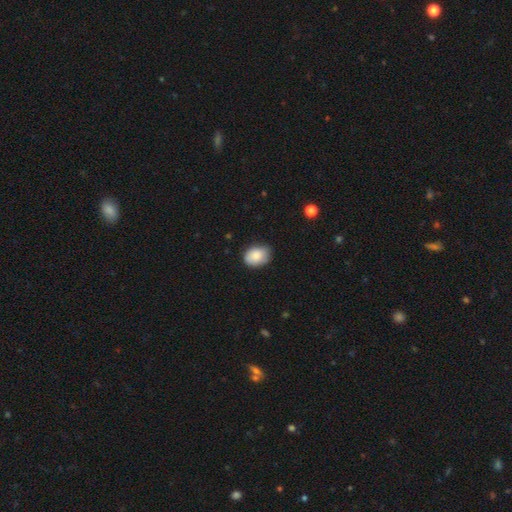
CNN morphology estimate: type=smooth (85%); roundness=in between (68%); merging=none (69%).